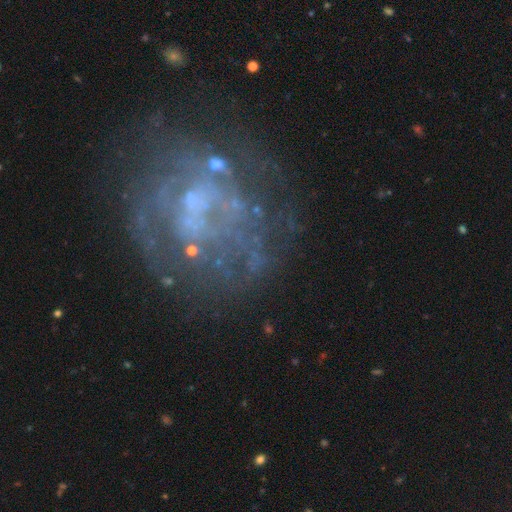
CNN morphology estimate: Smooth or featured: featured or disk — 74% (smooth — 13%)
Edge-on disk: no — 98% (yes — 2%)
Bar: no — 81% (weak — 15%)
Spiral arms: no — 61% (yes — 39%)
Bulge size: none — 47% (small — 34%)
Merging: none — 56% (major disturbance — 22%)